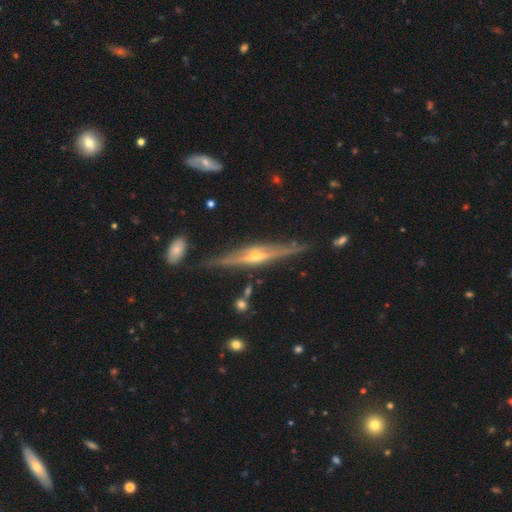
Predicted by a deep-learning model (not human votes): Smooth or featured? featured or disk (85%)
Edge-on disk? yes (96%)
Edge-on bulge? rounded (86%)
Merging? none (83%)